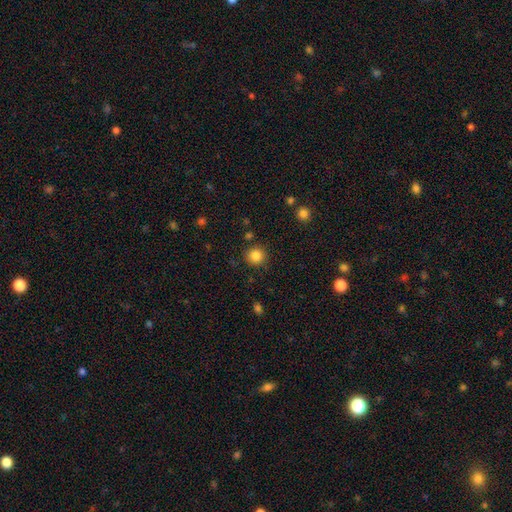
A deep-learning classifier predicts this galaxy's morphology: smooth_or_featured: smooth (p=0.85) [alt: star or artifact p=0.11]
how_rounded: round (p=0.93) [alt: in between p=0.06]
merging: none (p=0.88) [alt: minor disturbance p=0.07]